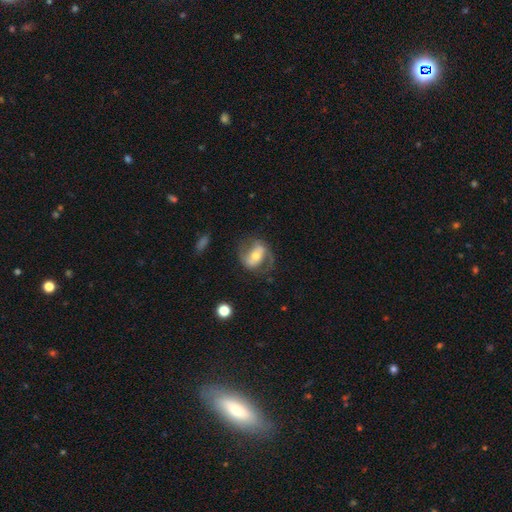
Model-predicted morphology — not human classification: This appears to be a featured or disk galaxy (73%) with a strong bar (43%), 2 (83%) medium (49%) spiral arms (85%) and a moderate central bulge (62%). Merging: none (65%).